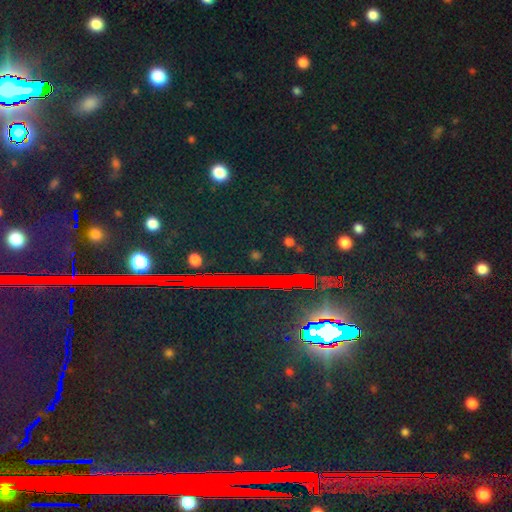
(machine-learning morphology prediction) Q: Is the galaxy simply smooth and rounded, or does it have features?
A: star or artifact — 78%.